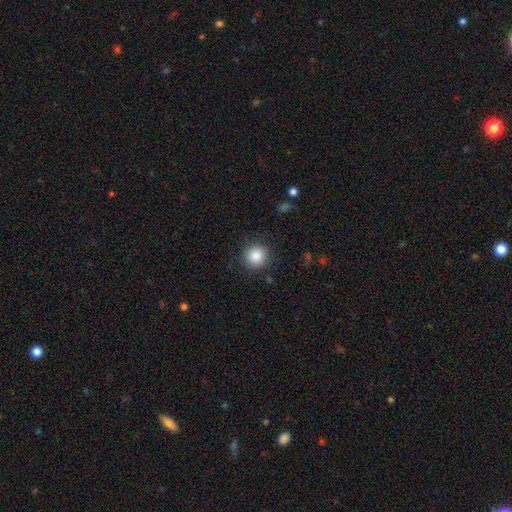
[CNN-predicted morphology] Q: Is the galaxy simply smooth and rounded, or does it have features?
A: smooth — 87%.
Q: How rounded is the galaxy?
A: round — 93%.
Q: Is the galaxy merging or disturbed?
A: none — 88%.